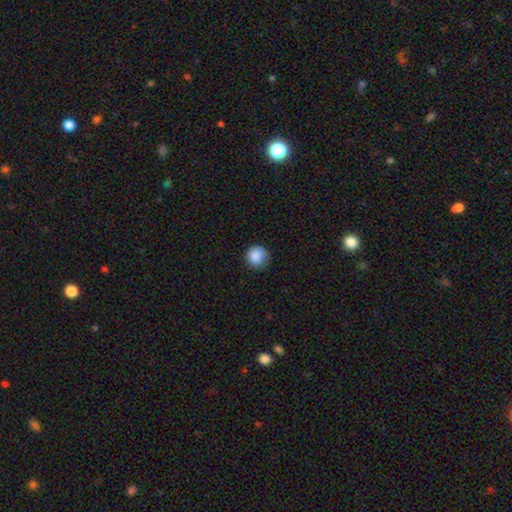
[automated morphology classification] Smooth or featured: smooth — 88% (star or artifact — 9%)
How rounded: round — 94% (in between — 5%)
Merging: none — 84% (minor disturbance — 13%)